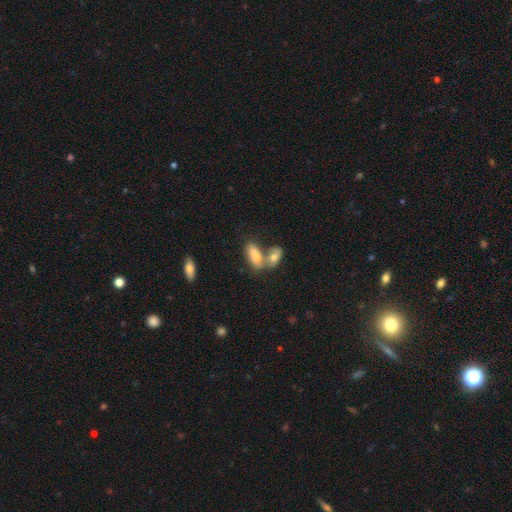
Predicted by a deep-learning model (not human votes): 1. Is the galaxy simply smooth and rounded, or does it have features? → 75% smooth, 16% featured or disk, 9% star or artifact.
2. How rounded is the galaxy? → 87% in between, 9% cigar-shaped, 5% round.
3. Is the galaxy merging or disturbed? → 55% merger, 31% none, 10% minor disturbance, 4% major disturbance.